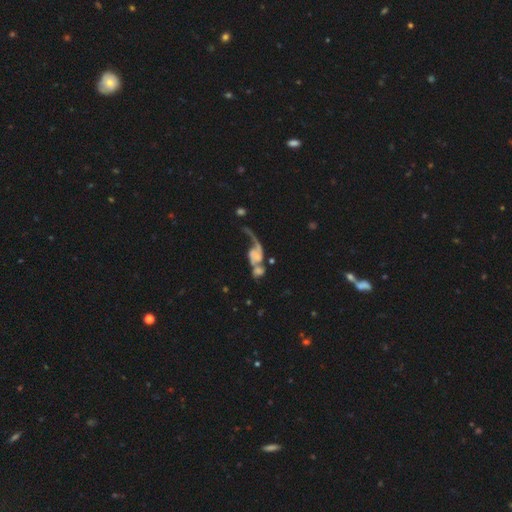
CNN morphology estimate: A featured or disk galaxy (63%) with no bar (73%), spiral arms (68%) and no central bulge (57%).

Vote fractions:
- Smooth or featured? featured or disk: 63% / smooth: 27% / star or artifact: 10%
- Edge-on disk? no: 96% / yes: 4%
- Bar? no: 73% / weak: 20% / strong: 7%
- Spiral arms? yes: 68% / no: 32%
- Bulge size? none: 57% / small: 22% / moderate: 11% / large: 6% / dominant: 4%
- Merging? merger: 50% / major disturbance: 28% / none: 14% / minor disturbance: 8%